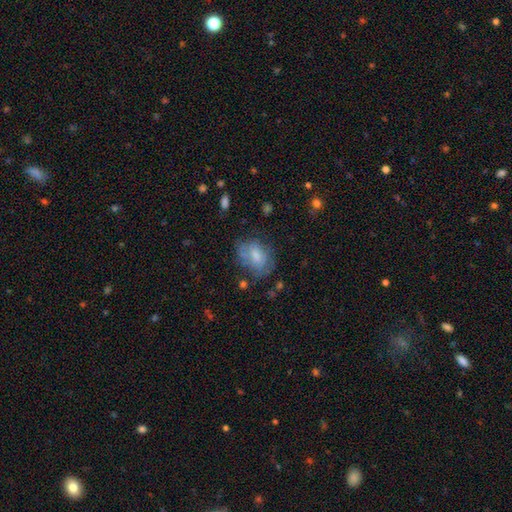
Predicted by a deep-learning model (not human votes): Smooth or featured? smooth (60%)
How rounded? in between (71%)
Merging? none (55%)